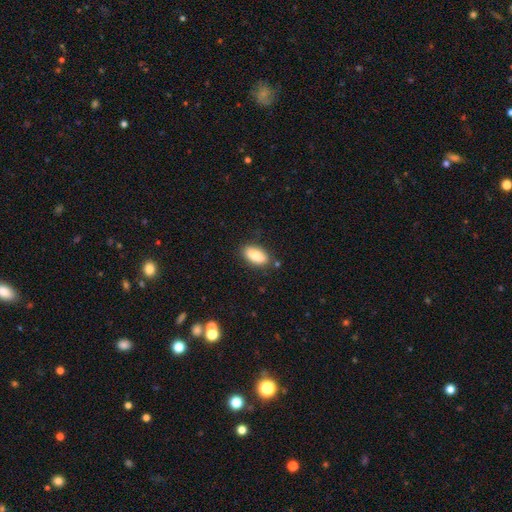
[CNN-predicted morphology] A smooth galaxy with no disk features (82%) that is in between round and cigar-shaped (90%). Merging: none (83%).